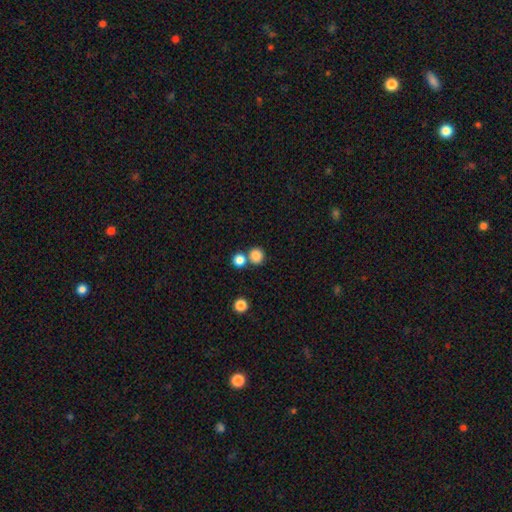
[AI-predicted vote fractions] A smooth galaxy with no disk features (83%) that is round (90%). Merging: none (66%).